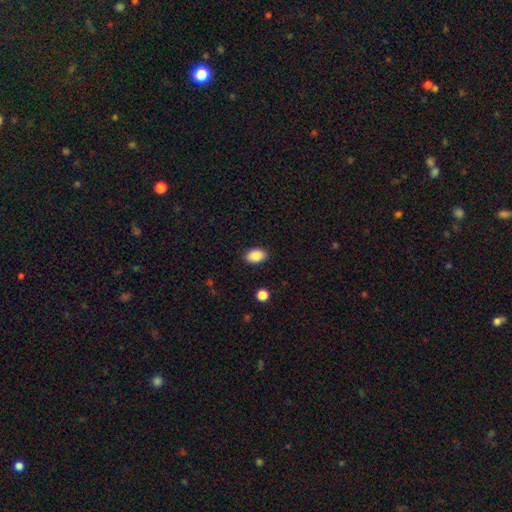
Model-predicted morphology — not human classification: This is clearly a smooth galaxy (89%). How rounded: clearly in between (89%). Merging: clearly none (89%).